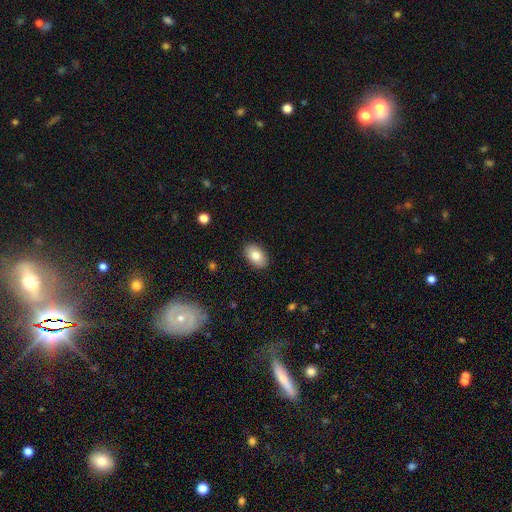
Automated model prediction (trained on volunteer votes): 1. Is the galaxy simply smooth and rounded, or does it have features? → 82% smooth, 11% featured or disk, 7% star or artifact.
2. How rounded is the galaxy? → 91% in between, 8% round, 1% cigar-shaped.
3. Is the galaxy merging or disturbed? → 88% none, 9% minor disturbance, 2% major disturbance, 1% merger.